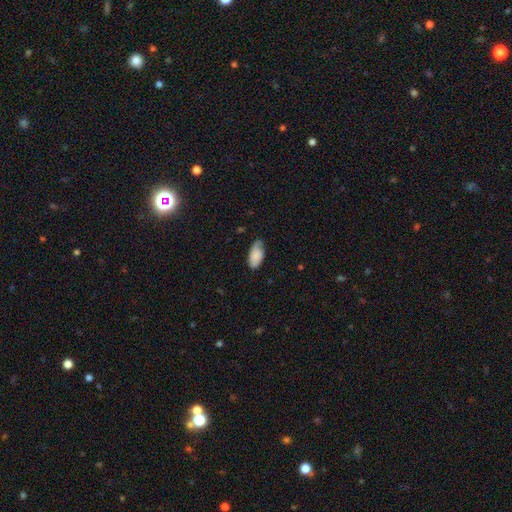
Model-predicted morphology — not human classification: smooth 81%, featured or disk 13%, star or artifact 6%. Down the decision tree: how rounded — in between (94%); merging — none (69%).